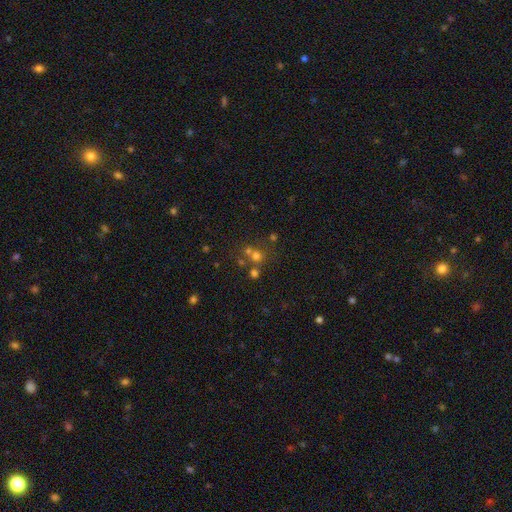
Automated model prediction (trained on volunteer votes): This is possibly a smooth galaxy (59%). How rounded: clearly round (88%). Merging: possibly none (55%).